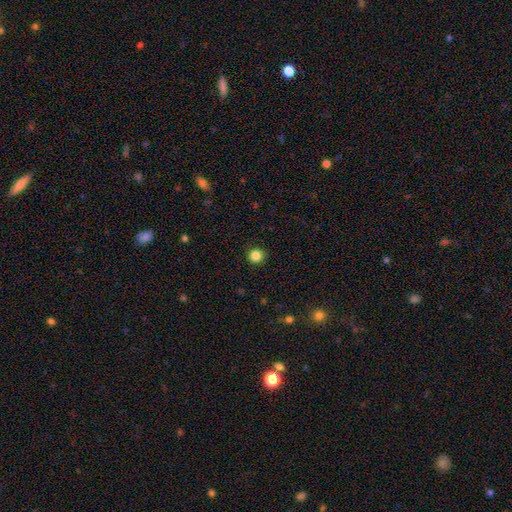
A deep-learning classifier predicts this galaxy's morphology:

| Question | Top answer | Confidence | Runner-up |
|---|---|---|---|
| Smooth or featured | smooth | 85% | star or artifact (12%) |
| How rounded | round | 95% | in between (4%) |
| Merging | none | 92% | minor disturbance (5%) |